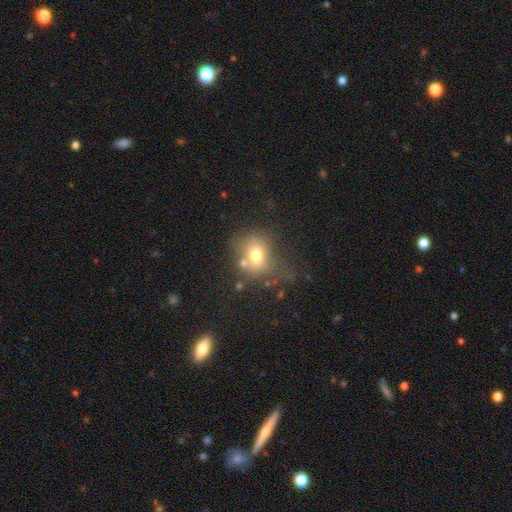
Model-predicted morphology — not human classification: type=smooth (69%); roundness=round (57%); merging=none (43%).